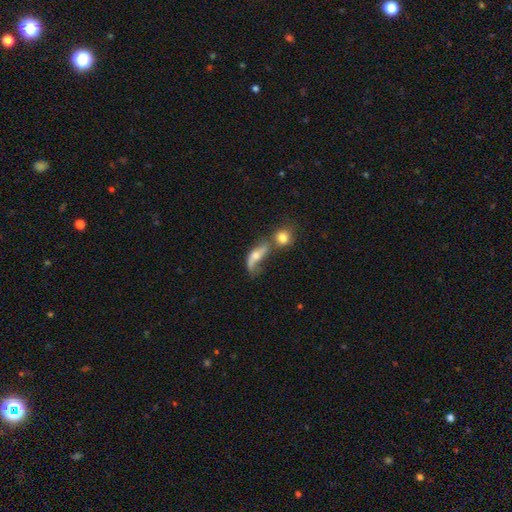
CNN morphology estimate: Smooth or featured: featured or disk — 55% (smooth — 36%)
Edge-on disk: no — 85% (yes — 15%)
Merging: merger — 45% (none — 23%)